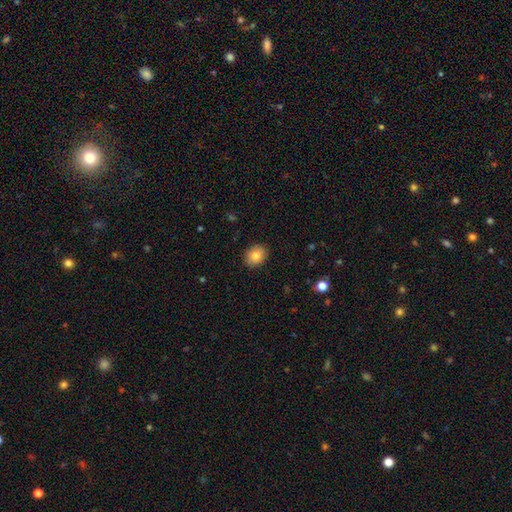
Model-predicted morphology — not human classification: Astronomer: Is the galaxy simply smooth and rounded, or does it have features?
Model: smooth — 83%.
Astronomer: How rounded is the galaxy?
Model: in between — 50% (runner-up: round, 49%).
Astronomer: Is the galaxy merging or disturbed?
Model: none — 89%.